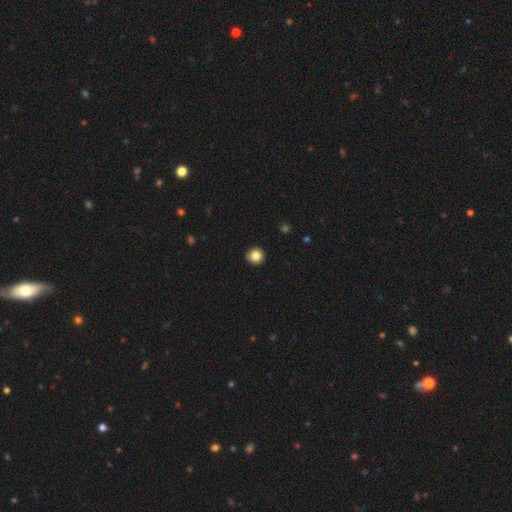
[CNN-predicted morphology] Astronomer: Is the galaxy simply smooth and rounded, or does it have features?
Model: smooth — 83%.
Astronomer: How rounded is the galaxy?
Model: round — 94%.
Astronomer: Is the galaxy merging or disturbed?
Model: none — 89%.